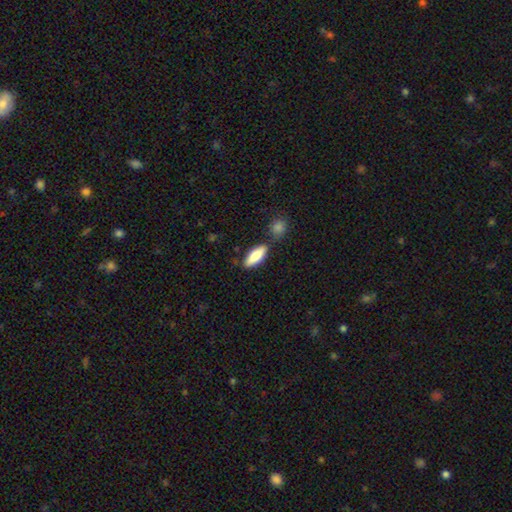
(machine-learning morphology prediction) The model was most divided on "how rounded": in between: 64%, cigar-shaped: 34%, round: 2%. More confident: smooth or featured — smooth (79%); merging — none (75%).